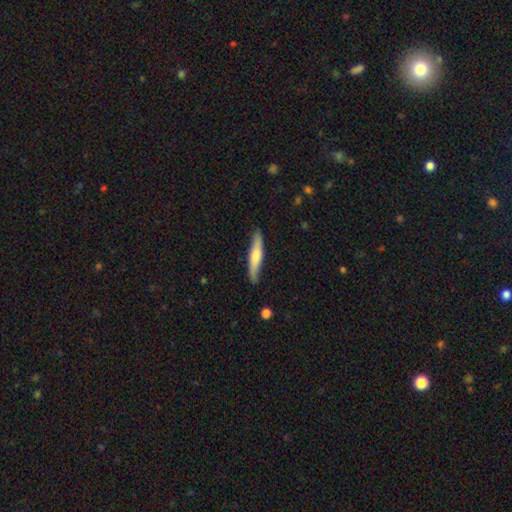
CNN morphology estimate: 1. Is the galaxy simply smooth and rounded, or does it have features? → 60% smooth, 35% featured or disk, 5% star or artifact.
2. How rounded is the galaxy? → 88% cigar-shaped, 10% in between, 1% round.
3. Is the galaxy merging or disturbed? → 85% none, 11% minor disturbance, 2% major disturbance, 1% merger.